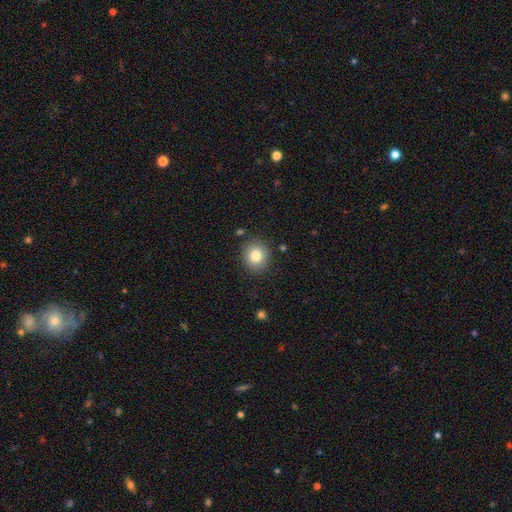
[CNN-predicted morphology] Smooth or featured: smooth — 81% (star or artifact — 10%)
How rounded: round — 78% (in between — 21%)
Merging: none — 87% (minor disturbance — 9%)